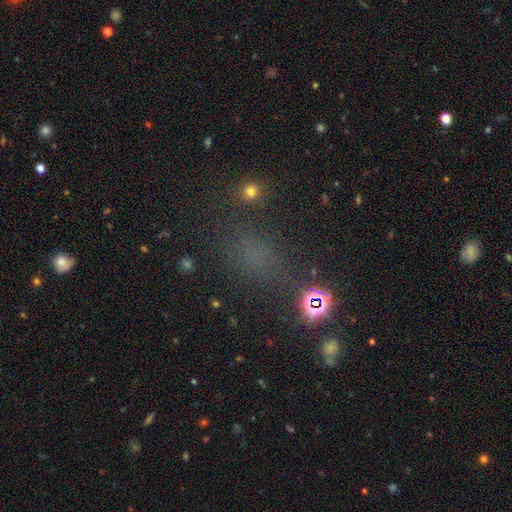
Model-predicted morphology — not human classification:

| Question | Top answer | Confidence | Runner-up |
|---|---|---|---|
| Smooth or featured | smooth | 48% | star or artifact (44%) |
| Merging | none | 73% | minor disturbance (13%) |